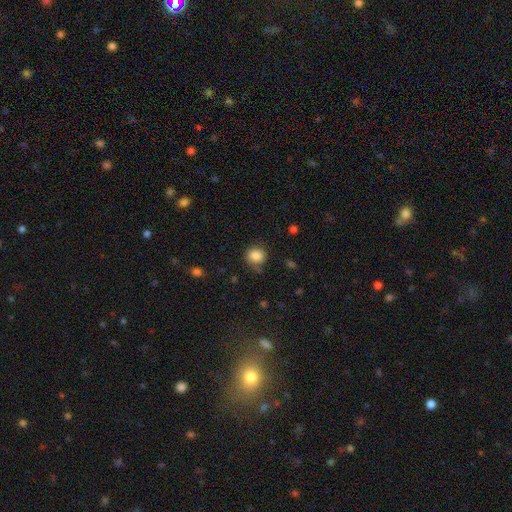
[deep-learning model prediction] Overall: smooth (85%). How rounded: round (79%). Merging: none (73%).